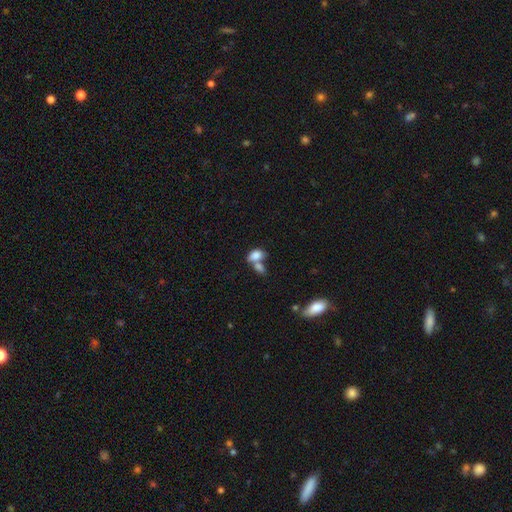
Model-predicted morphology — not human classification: A smooth galaxy with no disk features (81%) that is in between round and cigar-shaped (88%). Merging: merger (56%).